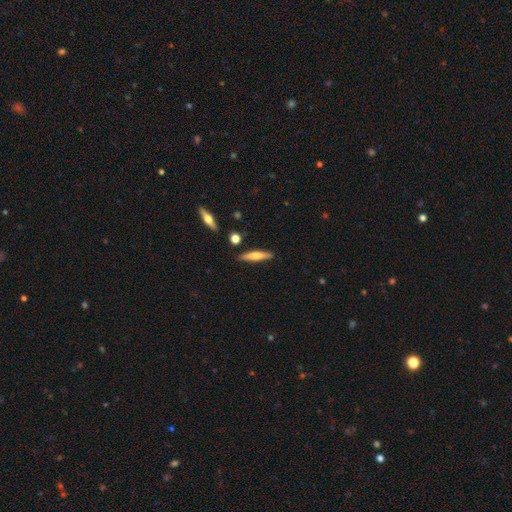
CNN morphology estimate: smooth 58%, featured or disk 35%, star or artifact 6%. Down the decision tree: how rounded — cigar-shaped (84%); merging — none (85%).